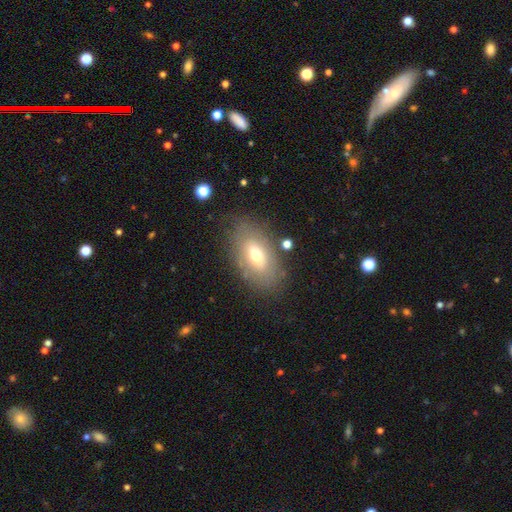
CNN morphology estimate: Overall: smooth (57%; featured or disk 34%). How rounded: in between (90%). Merging: none (76%).